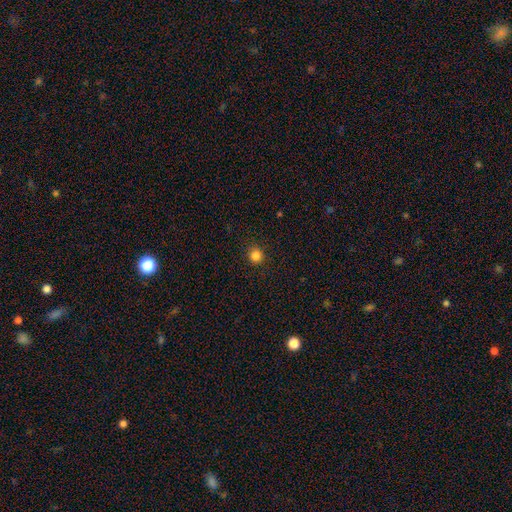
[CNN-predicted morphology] Overall: smooth (83%). How rounded: round (92%). Merging: none (91%).